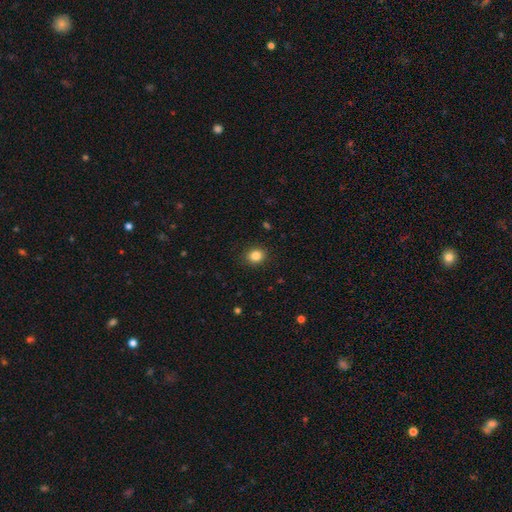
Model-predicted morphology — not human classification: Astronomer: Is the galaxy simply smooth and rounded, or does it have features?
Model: smooth — 84%.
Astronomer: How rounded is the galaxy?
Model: round — 67%.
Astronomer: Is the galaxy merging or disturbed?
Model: none — 89%.